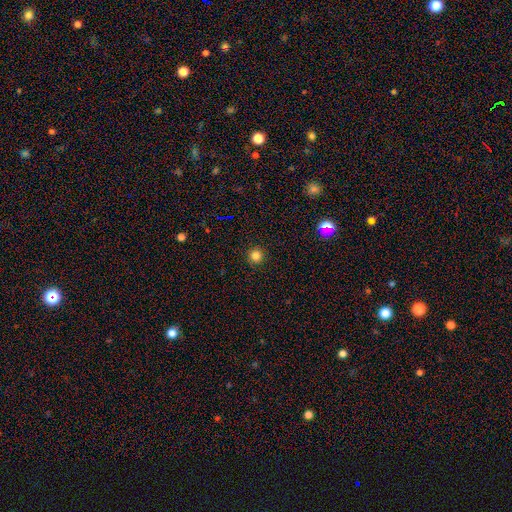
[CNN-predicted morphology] The model was most divided on "smooth or featured": smooth: 82%, star or artifact: 14%, featured or disk: 4%. More confident: how rounded — round (95%); merging — none (92%).